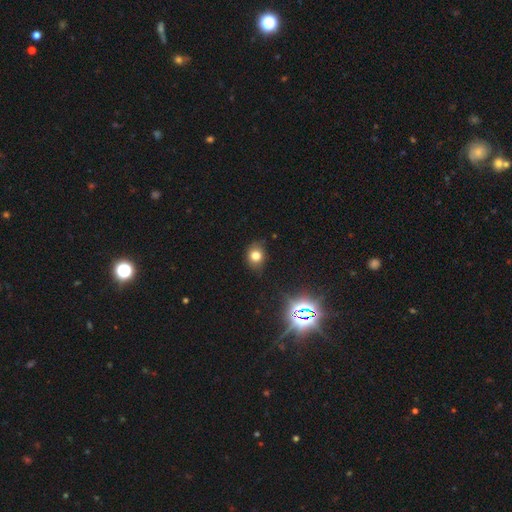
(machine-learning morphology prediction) Smooth or featured? smooth (74%)
How rounded? round (60%)
Merging? none (77%)